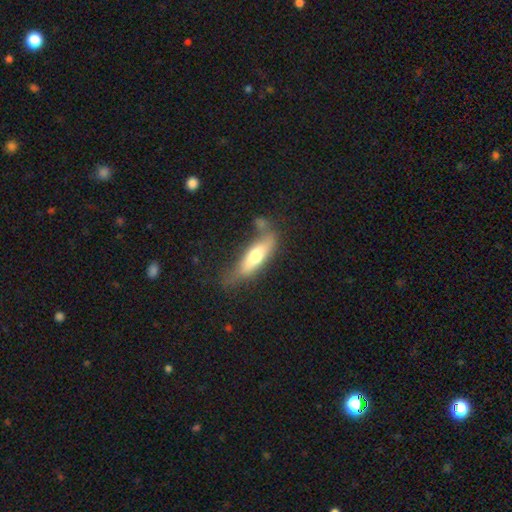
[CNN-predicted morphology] smooth_or_featured: smooth (p=0.60) [alt: featured or disk p=0.34]
how_rounded: cigar-shaped (p=0.53) [alt: in between p=0.45]
merging: none (p=0.51) [alt: minor disturbance p=0.28]